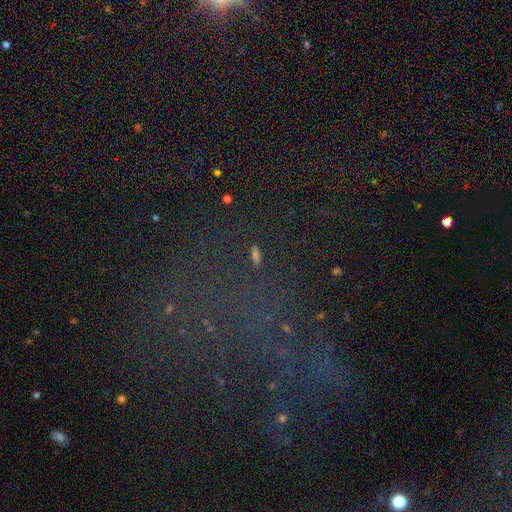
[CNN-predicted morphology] Smooth or featured? star or artifact (49%)